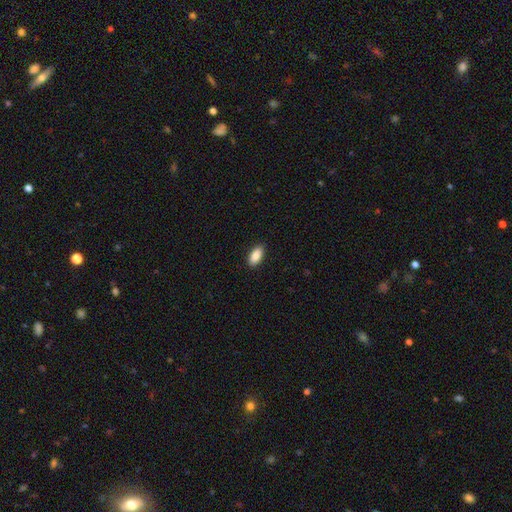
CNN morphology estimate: type=smooth (89%); roundness=in between (90%); merging=none (89%).